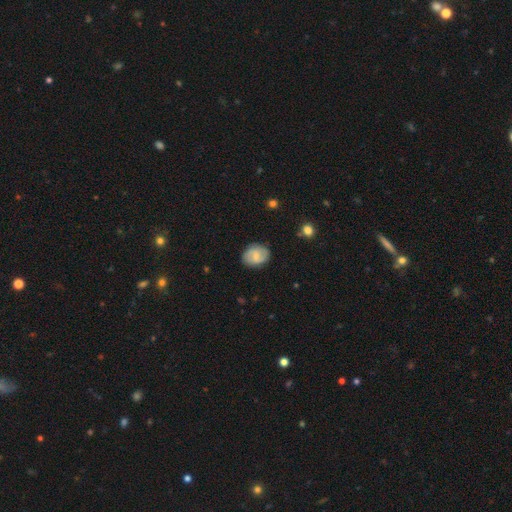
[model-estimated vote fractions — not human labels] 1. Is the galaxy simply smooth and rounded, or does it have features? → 52% smooth, 41% featured or disk, 7% star or artifact.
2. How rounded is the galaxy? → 58% in between, 41% round, 1% cigar-shaped.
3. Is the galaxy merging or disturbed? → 81% none, 14% minor disturbance, 3% major disturbance, 1% merger.